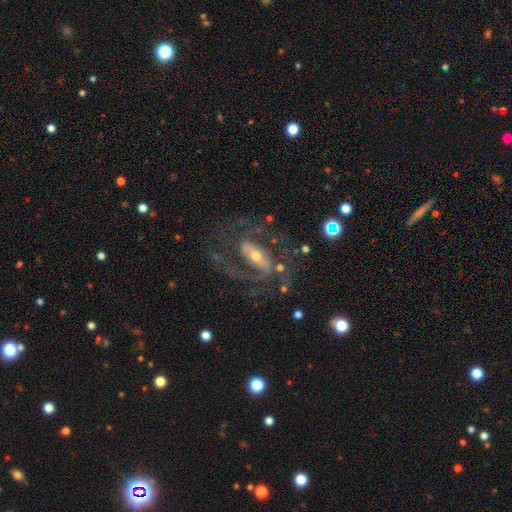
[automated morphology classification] featured or disk 85%, smooth 9%, star or artifact 6%. Down the decision tree: edge-on disk — no (95%); bar — strong (38%); spiral arms — yes (88%); spiral arm count — 2 (65%); spiral winding — medium (51%); bulge size — moderate (51%); merging — none (60%).